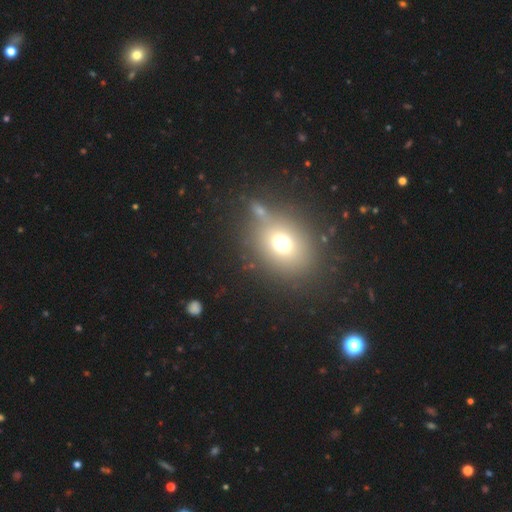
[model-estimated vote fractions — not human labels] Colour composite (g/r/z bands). It shows a smooth galaxy with no disk features (53%) that is round (49%). Merging: none (81%).